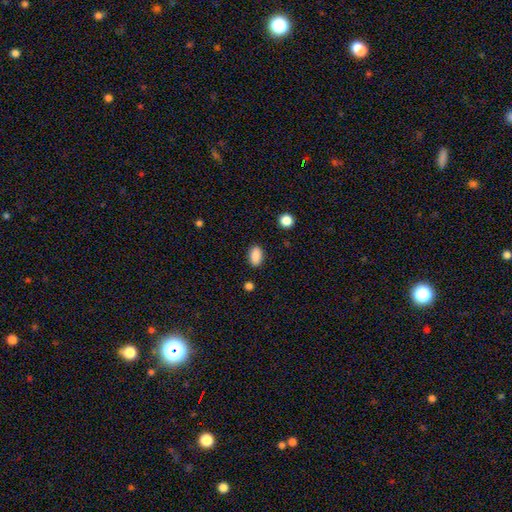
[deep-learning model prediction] A smooth galaxy with no disk features (88%) that is in between round and cigar-shaped (89%). Merging: none (86%).